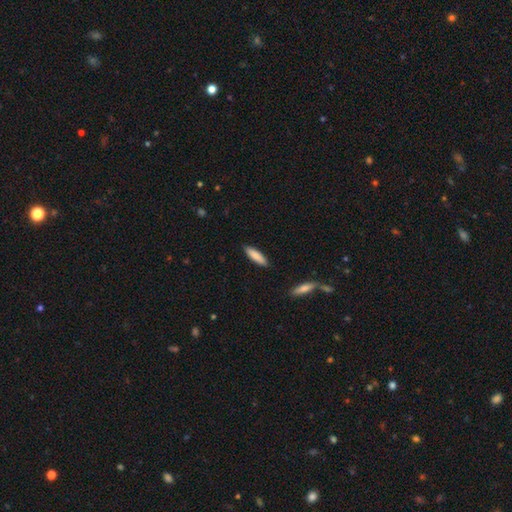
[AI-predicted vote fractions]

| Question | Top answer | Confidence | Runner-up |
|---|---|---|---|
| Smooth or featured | smooth | 84% | featured or disk (10%) |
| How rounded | cigar-shaped | 69% | in between (30%) |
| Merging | none | 88% | minor disturbance (9%) |